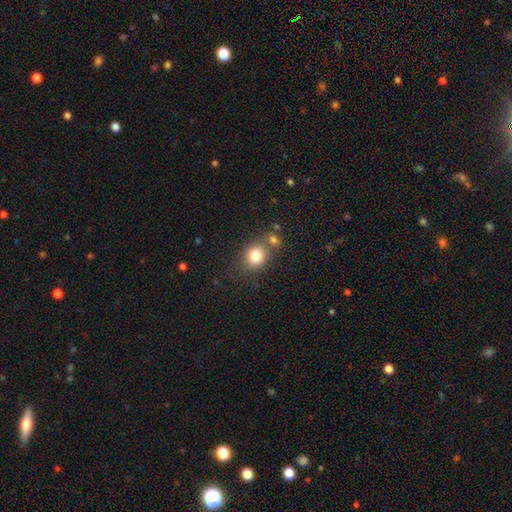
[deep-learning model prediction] Smooth or featured? smooth (81%)
How rounded? round (71%)
Merging? none (62%)